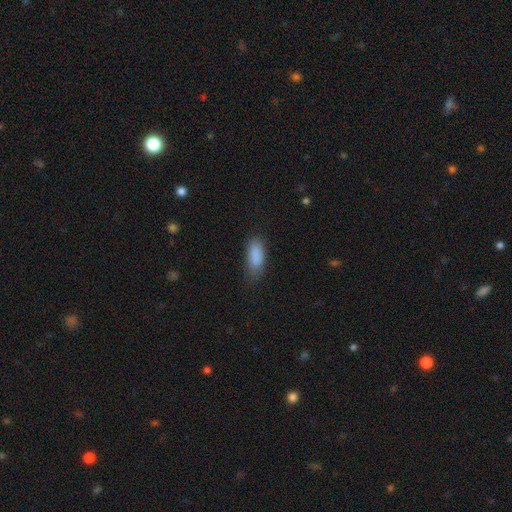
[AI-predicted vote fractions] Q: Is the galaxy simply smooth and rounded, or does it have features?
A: smooth — 87%.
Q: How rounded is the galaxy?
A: in between — 81%.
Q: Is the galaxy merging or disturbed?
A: none — 65%.